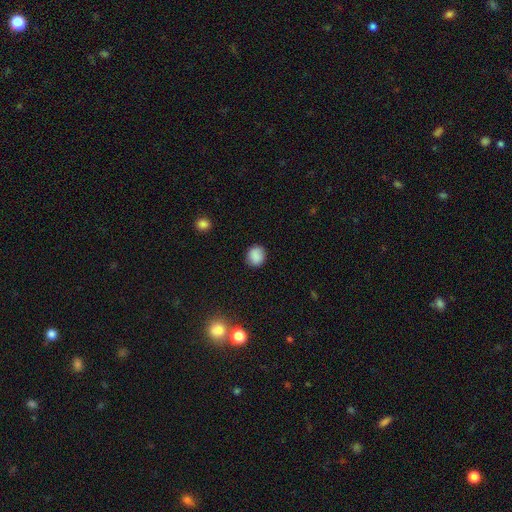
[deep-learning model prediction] Q: Smooth or featured?
A: smooth (87%); runner-up: star or artifact (9%)
Q: How rounded?
A: round (77%); runner-up: in between (22%)
Q: Merging?
A: none (88%); runner-up: minor disturbance (8%)